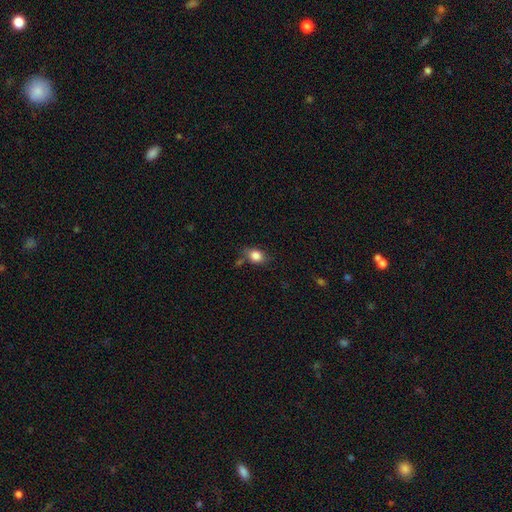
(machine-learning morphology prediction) Smooth or featured?
  - smooth: 83% *
  - star or artifact: 9%
  - featured or disk: 7%
How rounded?
  - in between: 63% *
  - round: 36%
  - cigar-shaped: 2%
Merging?
  - none: 68% *
  - minor disturbance: 21%
  - merger: 6%
  - major disturbance: 5%